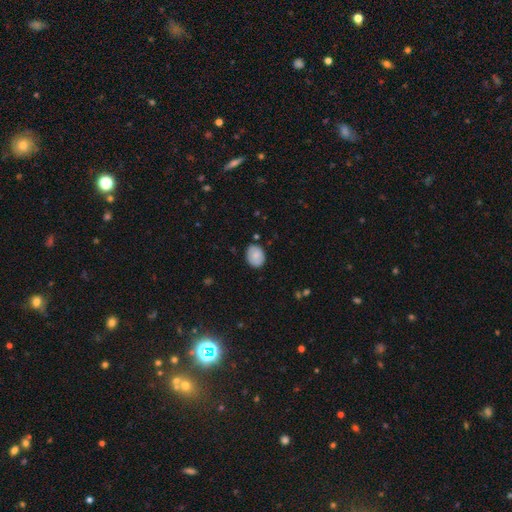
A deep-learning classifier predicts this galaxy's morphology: Smooth or featured? Predicted: smooth (p=0.83). How rounded? Predicted: in between (p=0.60). Merging? Predicted: none (p=0.82).